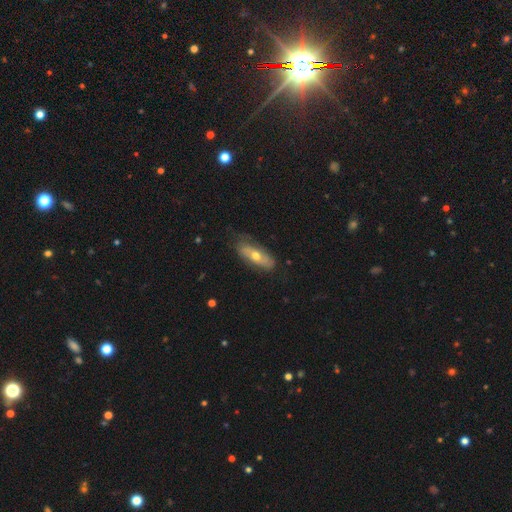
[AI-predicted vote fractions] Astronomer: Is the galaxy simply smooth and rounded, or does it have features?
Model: featured or disk — 48% (runner-up: smooth, 46%).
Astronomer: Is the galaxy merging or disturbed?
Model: none — 67%.